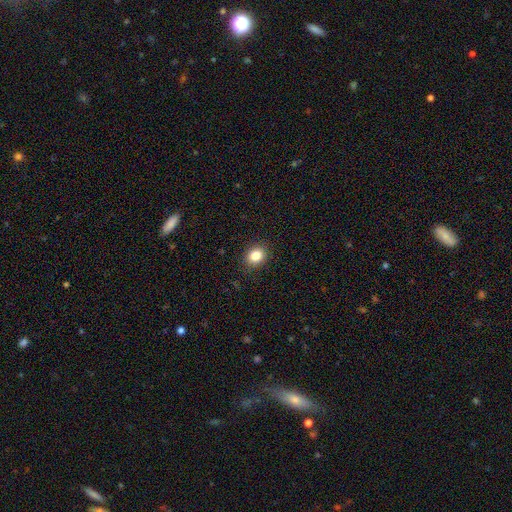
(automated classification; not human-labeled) Q: Smooth or featured?
A: smooth (85%); runner-up: star or artifact (10%)
Q: How rounded?
A: round (55%); runner-up: in between (44%)
Q: Merging?
A: none (88%); runner-up: minor disturbance (8%)